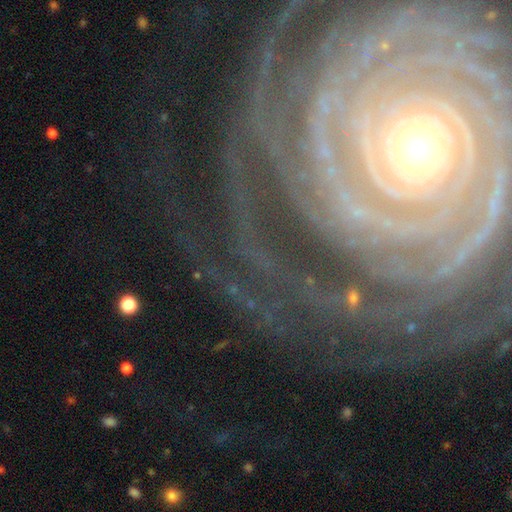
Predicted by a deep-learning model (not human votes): Overall: featured or disk (89%). Edge-on disk: no (97%). Bar: no (67%). Spiral arms: yes (98%). Spiral arm count: more than 4 (27%; can't tell 19%). Spiral winding: tight (88%). Bulge size: small (52%; moderate 40%). Merging: none (78%).